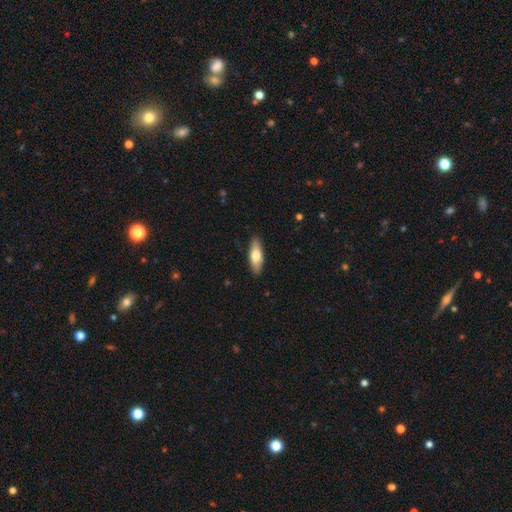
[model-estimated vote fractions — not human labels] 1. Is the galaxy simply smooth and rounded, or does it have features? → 65% smooth, 29% featured or disk, 6% star or artifact.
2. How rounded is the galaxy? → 61% in between, 37% cigar-shaped, 2% round.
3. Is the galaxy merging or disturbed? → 89% none, 9% minor disturbance, 2% major disturbance, 1% merger.